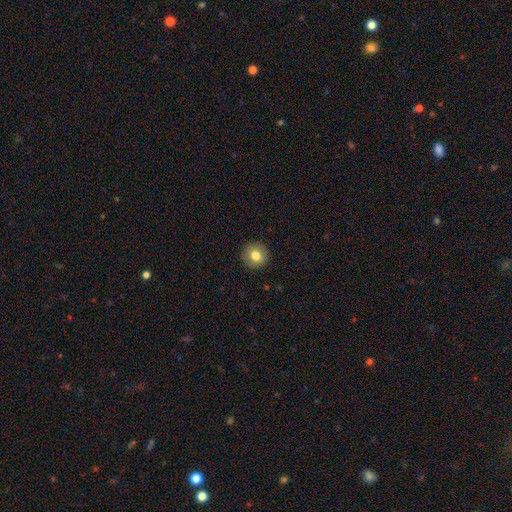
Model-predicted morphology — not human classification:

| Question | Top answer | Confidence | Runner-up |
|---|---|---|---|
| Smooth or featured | smooth | 80% | featured or disk (10%) |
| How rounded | round | 94% | in between (5%) |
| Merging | none | 92% | minor disturbance (6%) |